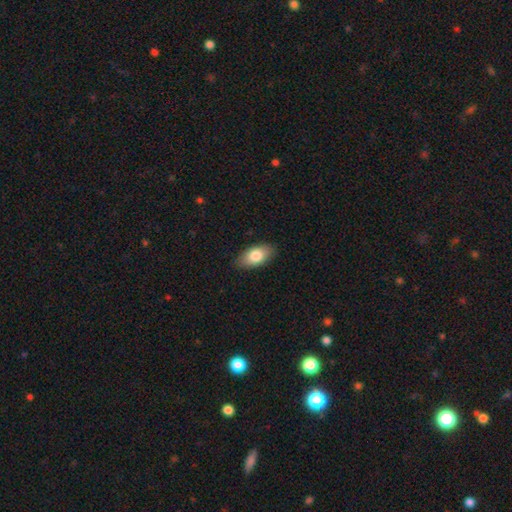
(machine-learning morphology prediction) Q: Smooth or featured?
A: smooth (80%); runner-up: featured or disk (14%)
Q: How rounded?
A: in between (92%); runner-up: cigar-shaped (4%)
Q: Merging?
A: none (87%); runner-up: minor disturbance (10%)